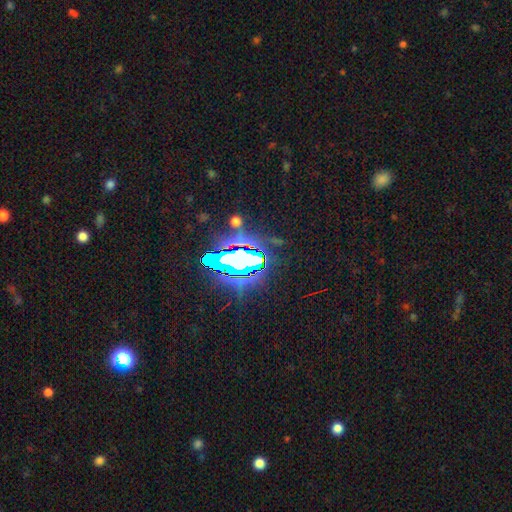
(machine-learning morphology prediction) This appears to be a star or artifact, not a galaxy (81%).